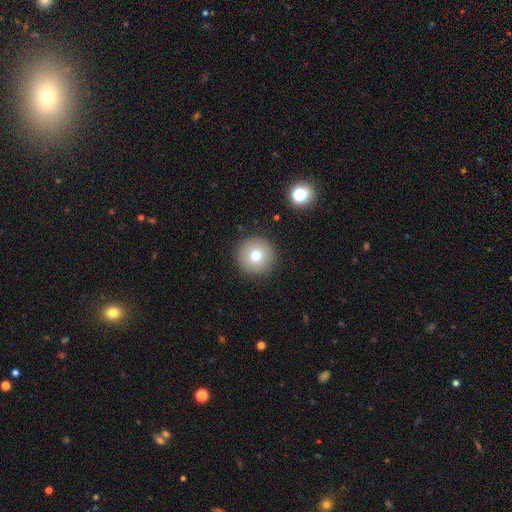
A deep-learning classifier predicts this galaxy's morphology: A smooth galaxy with no disk features (75%) that is round (96%). Merging: none (91%).